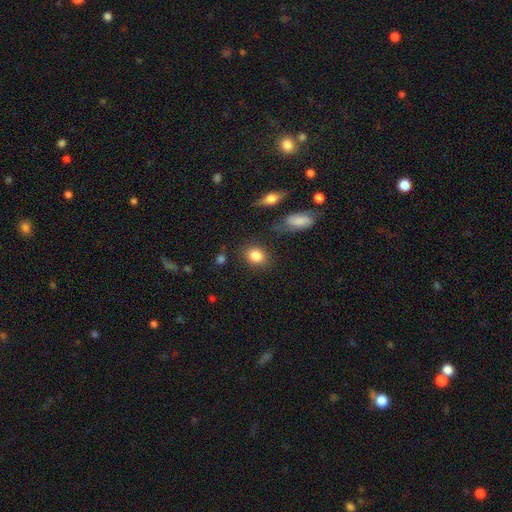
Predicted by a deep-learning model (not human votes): The model was most divided on "how rounded" (2-way tie): round: 49%, in between: 49%, cigar-shaped: 2%. More confident: smooth or featured — smooth (85%); merging — none (80%).